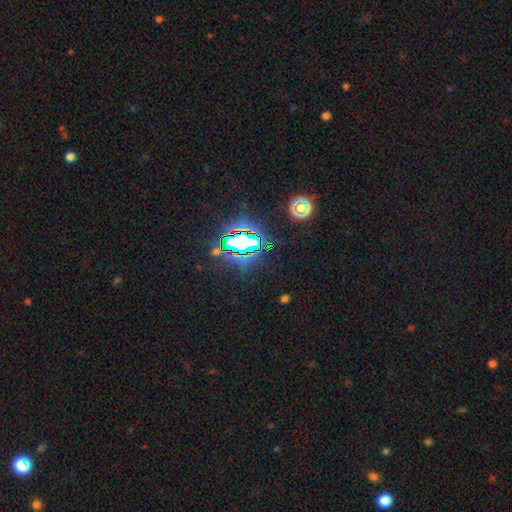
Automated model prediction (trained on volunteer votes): This is clearly a star or artifact rather than a galaxy (83%).